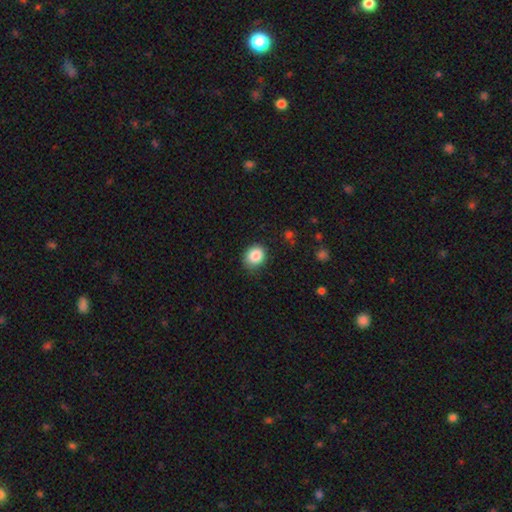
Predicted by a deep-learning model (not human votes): Overall: smooth (86%). How rounded: round (70%). Merging: none (81%).